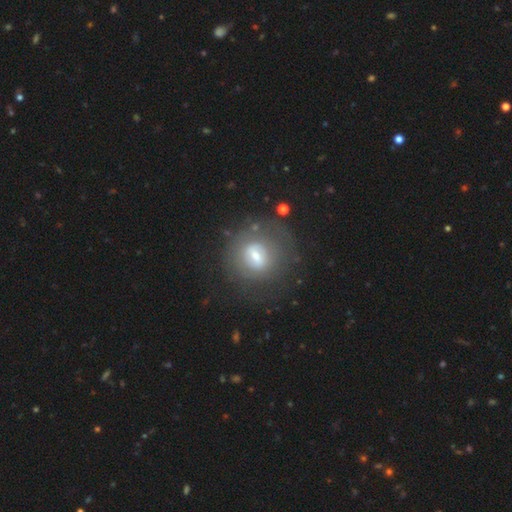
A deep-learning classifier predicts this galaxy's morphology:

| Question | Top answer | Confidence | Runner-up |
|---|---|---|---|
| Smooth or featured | featured or disk | 51% | smooth (39%) |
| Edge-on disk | no | 92% | yes (8%) |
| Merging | none | 70% | minor disturbance (16%) |